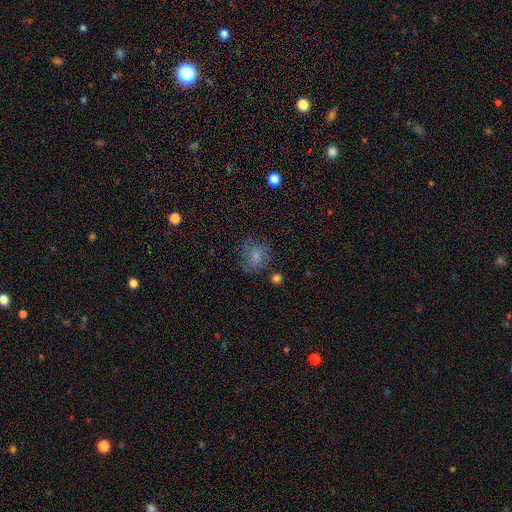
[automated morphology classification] smooth 74%, featured or disk 14%, star or artifact 12%. Down the decision tree: how rounded — round (66%); merging — none (68%).